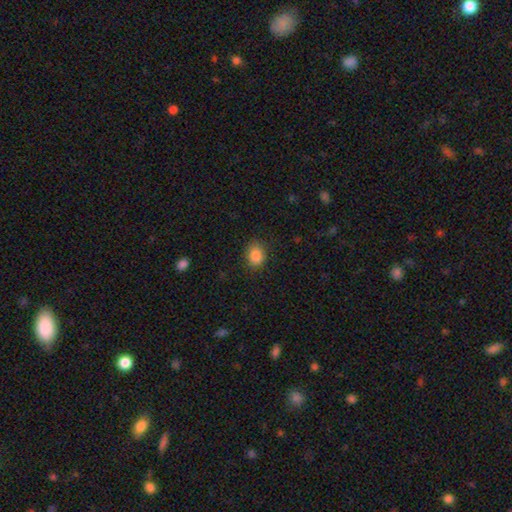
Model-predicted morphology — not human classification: The model was most divided on "how rounded": in between: 60%, round: 39%, cigar-shaped: 1%. More confident: smooth or featured — smooth (86%); merging — none (82%).